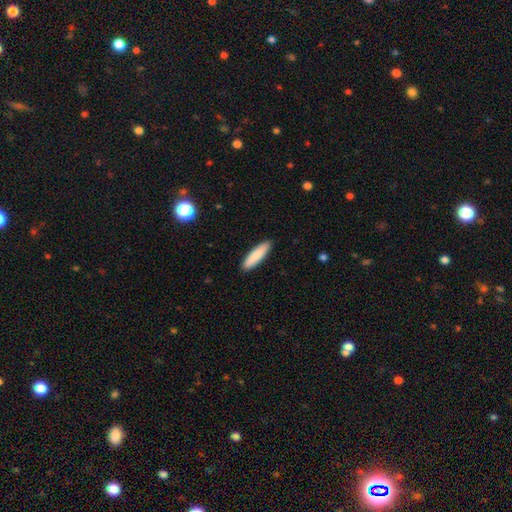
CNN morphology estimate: Overall: smooth (86%). How rounded: cigar-shaped (71%). Merging: none (90%).